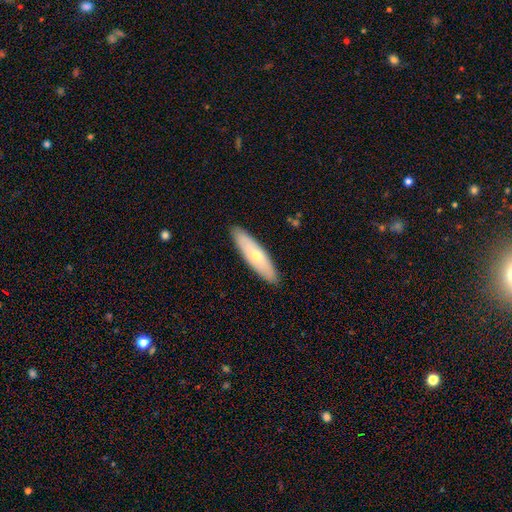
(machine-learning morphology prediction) This appears to be a smooth galaxy with no disk features (59%) that is cigar-shaped (64%). Merging: none (89%).